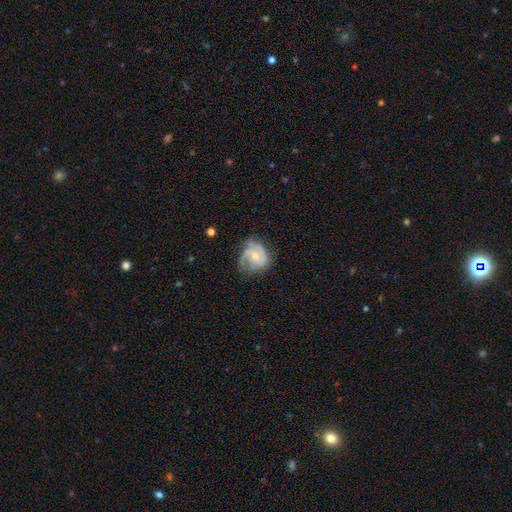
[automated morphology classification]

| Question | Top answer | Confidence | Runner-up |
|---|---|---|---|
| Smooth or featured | featured or disk | 85% | smooth (10%) |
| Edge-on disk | no | 98% | yes (2%) |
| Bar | no | 65% | weak (29%) |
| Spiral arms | yes | 97% | no (3%) |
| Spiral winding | medium | 45% | tight (43%) |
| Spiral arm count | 3 | 41% | 2 (35%) |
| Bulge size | small | 55% | moderate (41%) |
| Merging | none | 63% | minor disturbance (24%) |